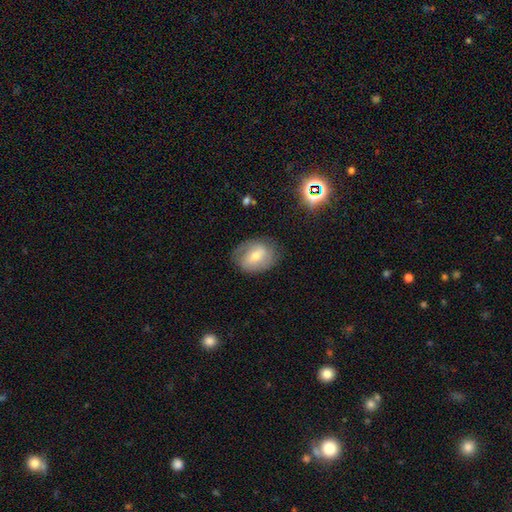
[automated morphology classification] Smooth or featured? smooth (46%)
Merging? none (74%)